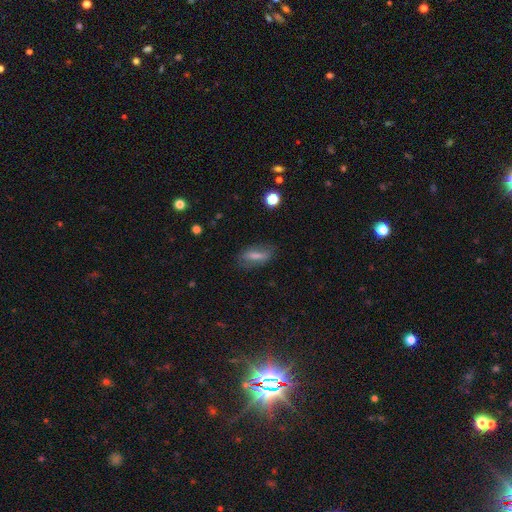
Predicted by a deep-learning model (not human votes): Overall: smooth (66%). How rounded: in between (60%; cigar-shaped 36%). Merging: none (74%).